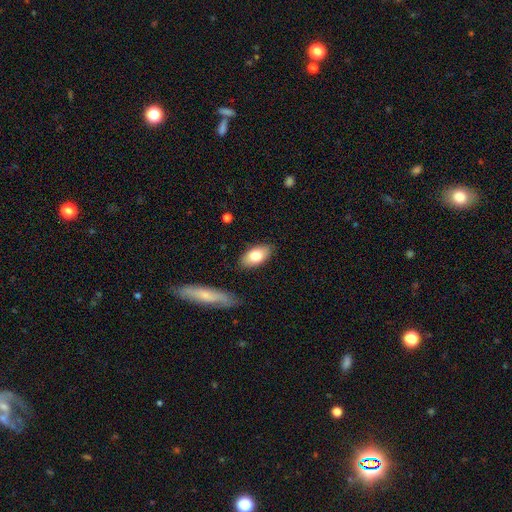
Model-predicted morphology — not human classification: type=smooth (77%); roundness=in between (91%); merging=none (84%).